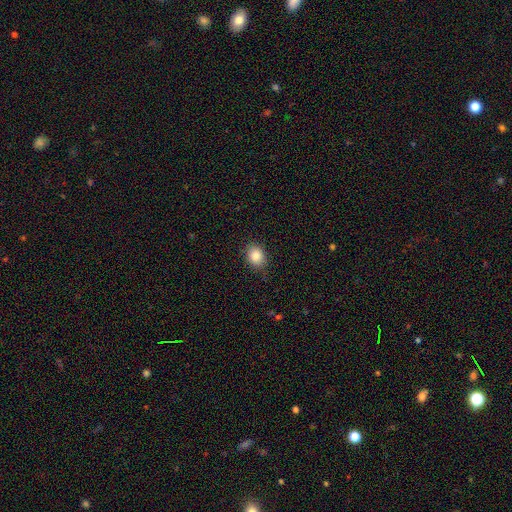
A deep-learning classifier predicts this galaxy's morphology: Smooth or featured: smooth — 85% (star or artifact — 9%)
How rounded: in between — 57% (round — 42%)
Merging: none — 84% (minor disturbance — 12%)